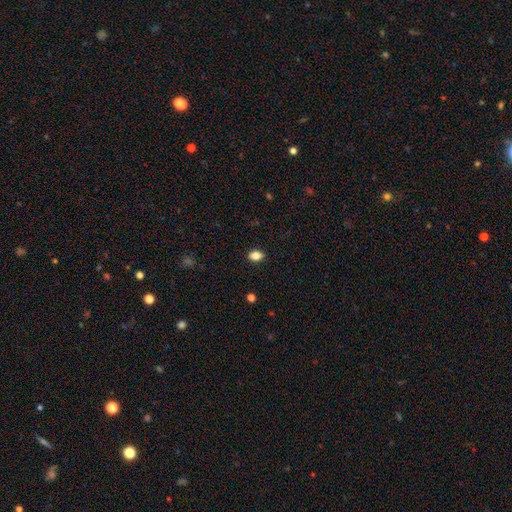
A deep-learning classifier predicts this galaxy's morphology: The model was most divided on "how rounded": in between: 82%, round: 15%, cigar-shaped: 3%. More confident: merging — none (89%); smooth or featured — smooth (84%).